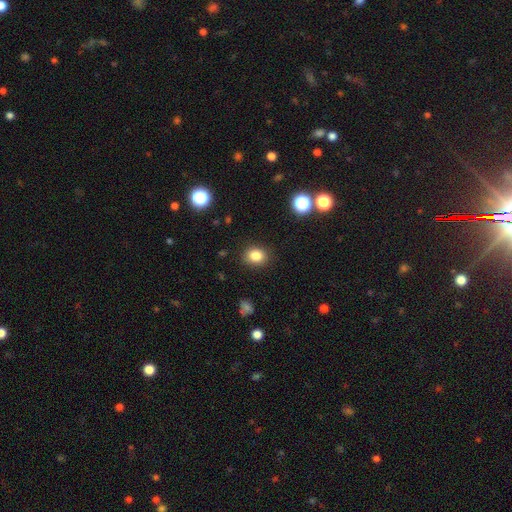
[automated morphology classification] Smooth or featured?
  - smooth: 84% *
  - star or artifact: 11%
  - featured or disk: 5%
How rounded?
  - round: 53% *
  - in between: 46%
  - cigar-shaped: 1%
Merging?
  - none: 87% *
  - minor disturbance: 9%
  - major disturbance: 3%
  - merger: 1%